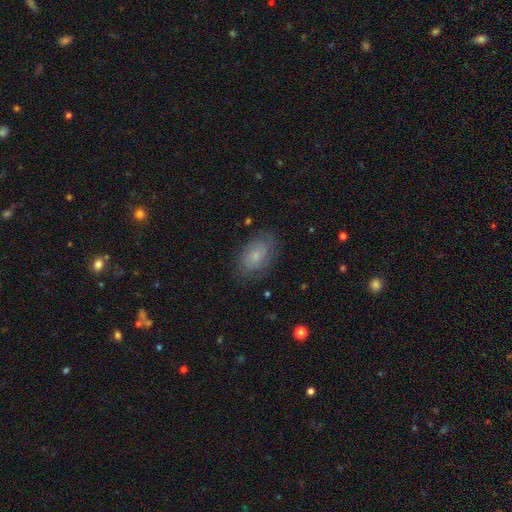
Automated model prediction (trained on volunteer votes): Smooth or featured?
  - smooth: 59% *
  - featured or disk: 32%
  - star or artifact: 9%
How rounded?
  - in between: 87% *
  - round: 11%
  - cigar-shaped: 2%
Merging?
  - none: 74% *
  - minor disturbance: 18%
  - major disturbance: 7%
  - merger: 1%